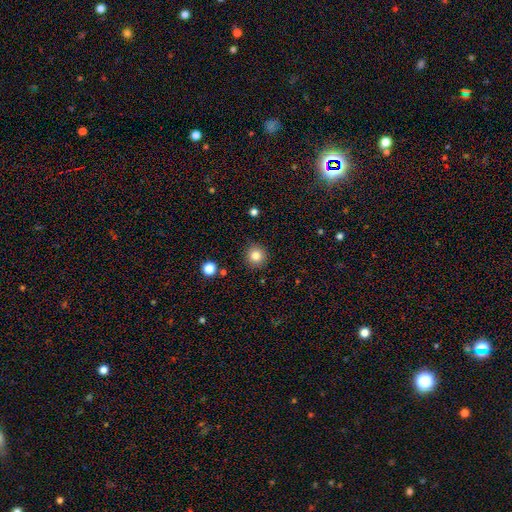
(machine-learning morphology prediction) Smooth or featured?
  - smooth: 83% *
  - star or artifact: 11%
  - featured or disk: 6%
How rounded?
  - round: 94% *
  - in between: 5%
  - cigar-shaped: 1%
Merging?
  - none: 90% *
  - minor disturbance: 7%
  - major disturbance: 2%
  - merger: 2%